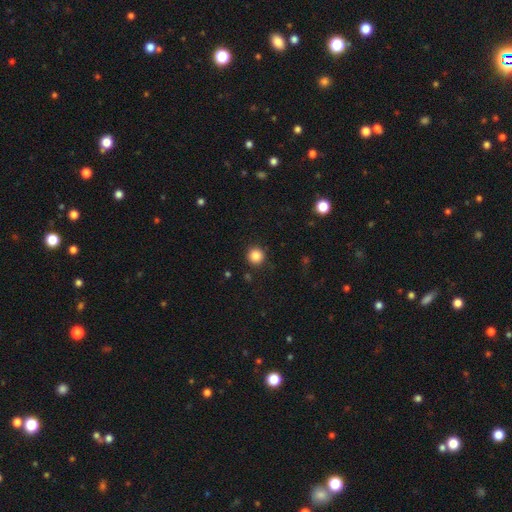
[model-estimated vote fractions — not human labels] Smooth or featured?
  - smooth: 86% *
  - star or artifact: 11%
  - featured or disk: 4%
How rounded?
  - round: 96% *
  - in between: 3%
  - cigar-shaped: 1%
Merging?
  - none: 91% *
  - minor disturbance: 6%
  - major disturbance: 2%
  - merger: 1%